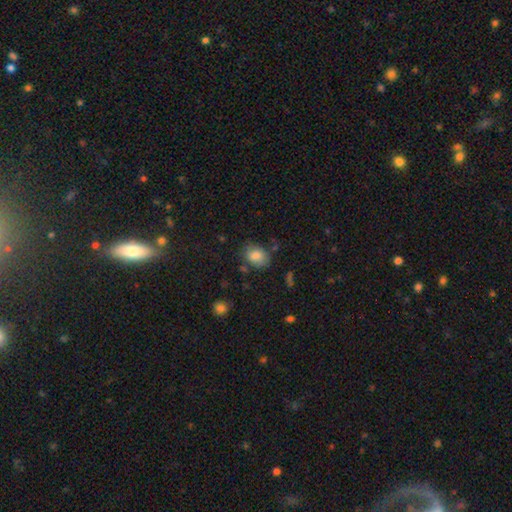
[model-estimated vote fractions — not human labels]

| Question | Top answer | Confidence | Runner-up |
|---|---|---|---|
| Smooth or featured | smooth | 83% | star or artifact (9%) |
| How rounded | in between | 65% | round (34%) |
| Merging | none | 72% | minor disturbance (18%) |